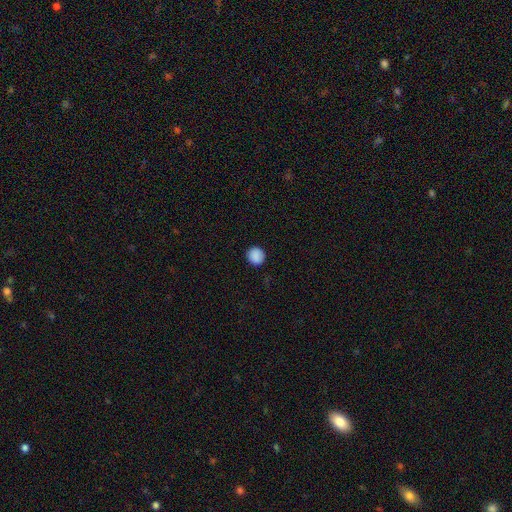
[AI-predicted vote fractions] Morphology: type=smooth (89%); roundness=round (93%); merging=none (91%).